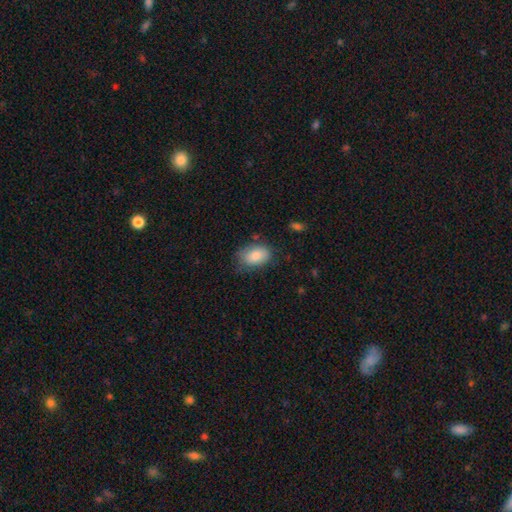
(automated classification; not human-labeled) Overall: smooth (86%). How rounded: in between (89%). Merging: none (68%).